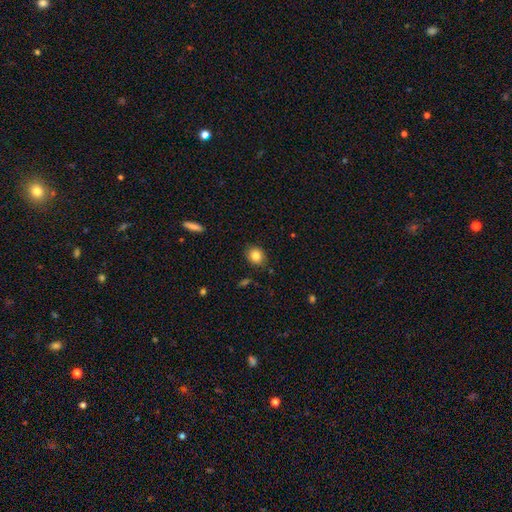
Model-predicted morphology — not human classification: smooth 84%, star or artifact 10%, featured or disk 7%. Down the decision tree: how rounded — round (61%); merging — none (87%).